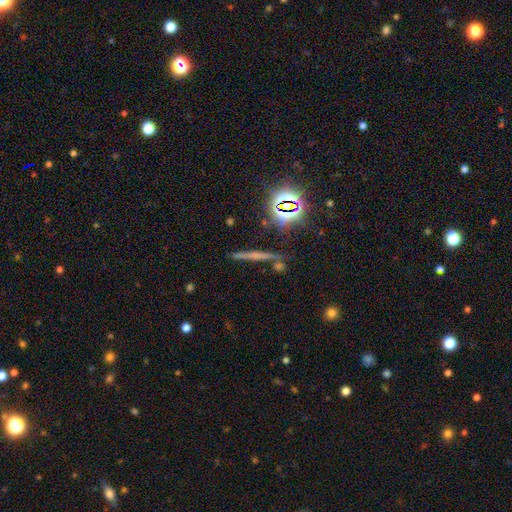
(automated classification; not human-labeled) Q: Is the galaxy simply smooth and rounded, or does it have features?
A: featured or disk — 37%.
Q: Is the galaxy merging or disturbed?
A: none — 81%.